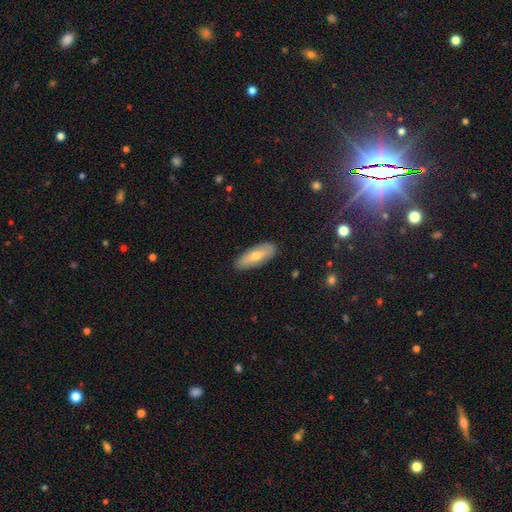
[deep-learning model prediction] A smooth galaxy with no disk features (61%) that is in between round and cigar-shaped (72%). Merging: none (86%).